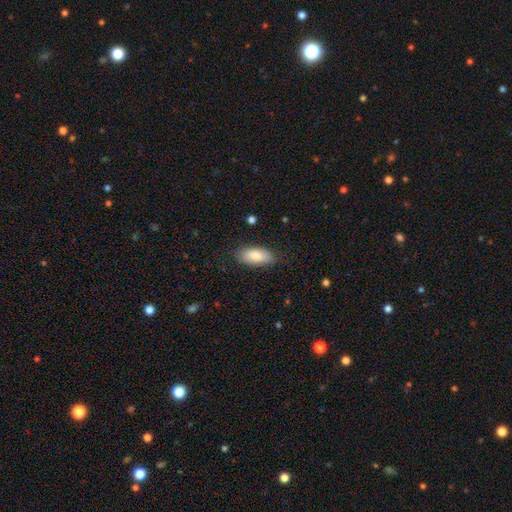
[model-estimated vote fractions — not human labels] Smooth or featured?
  - smooth: 83% *
  - featured or disk: 10%
  - star or artifact: 6%
How rounded?
  - in between: 85% *
  - cigar-shaped: 13%
  - round: 2%
Merging?
  - none: 80% *
  - minor disturbance: 16%
  - major disturbance: 3%
  - merger: 1%